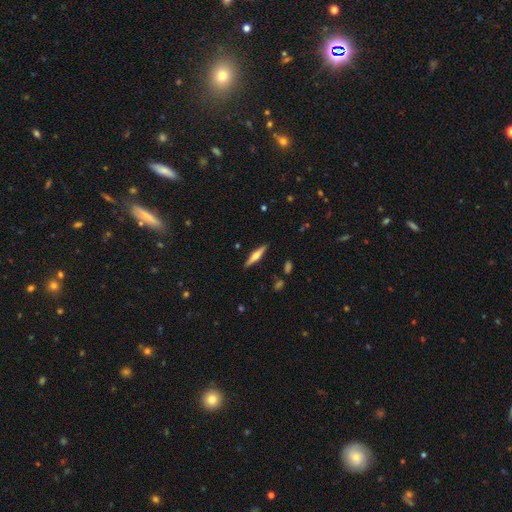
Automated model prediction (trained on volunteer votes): Smooth or featured? Predicted: featured or disk (p=0.64). Edge-on disk? Predicted: yes (p=0.97). Edge-on bulge? Predicted: rounded (p=0.90). Merging? Predicted: none (p=0.89).